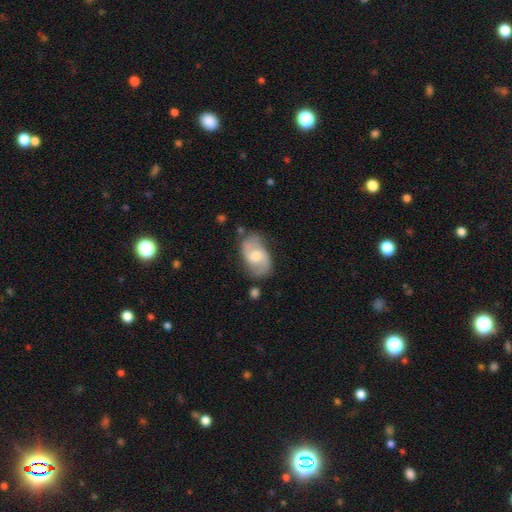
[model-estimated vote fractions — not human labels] smooth-or-featured: featured or disk: 67% | smooth: 27% | star or artifact: 6%
  disk-edge-on: no: 97% | yes: 3%
    bar: no: 47% | weak: 45% | strong: 8%
    has-spiral-arms: yes: 89% | no: 11%
      spiral-winding: medium: 46% | loose: 36% | tight: 17%
      spiral-arm-count: 2: 88% | can't tell: 7% | 1: 2% | 3: 1% | 4: 1% | more than 4: 1%
    bulge-size: moderate: 64% | small: 25% | large: 7% | none: 2% | dominant: 1%
  merging: none: 69% | minor disturbance: 21% | major disturbance: 7% | merger: 3%